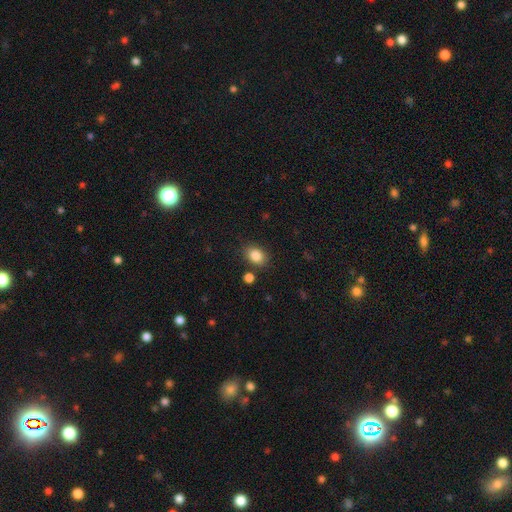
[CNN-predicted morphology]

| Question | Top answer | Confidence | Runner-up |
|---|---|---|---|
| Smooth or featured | smooth | 86% | star or artifact (9%) |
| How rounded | in between | 68% | round (31%) |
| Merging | none | 82% | minor disturbance (11%) |